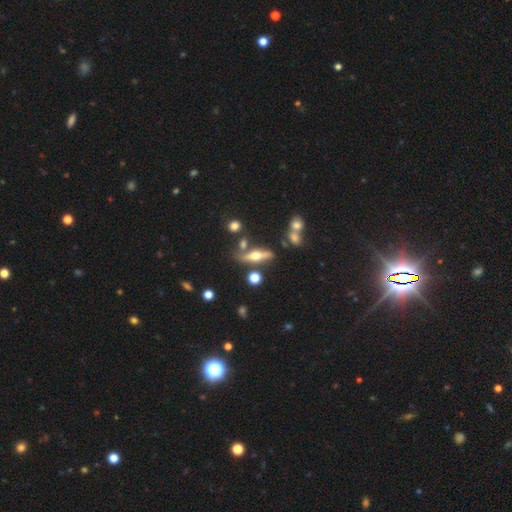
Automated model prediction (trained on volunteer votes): The model was most divided on "smooth or featured": featured or disk: 63%, smooth: 29%, star or artifact: 8%. More confident: edge-on bulge — rounded (95%); edge-on disk — yes (92%); merging — none (72%).